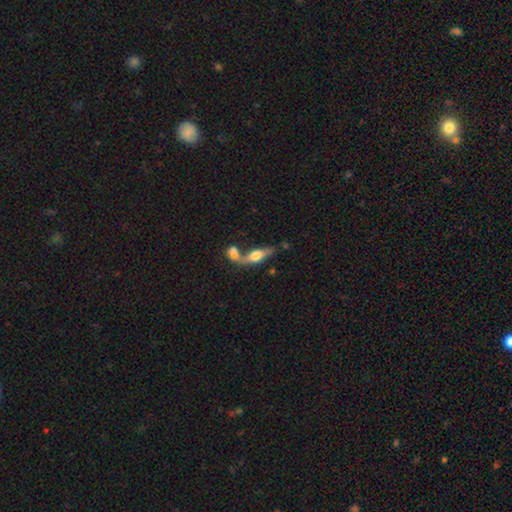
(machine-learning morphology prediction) Smooth or featured: featured or disk — 53% (smooth — 40%)
Edge-on disk: yes — 77% (no — 23%)
Merging: merger — 47% (none — 35%)